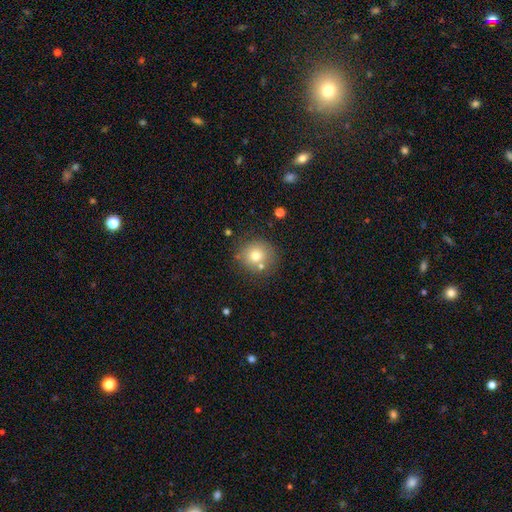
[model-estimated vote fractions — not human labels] smooth-or-featured: smooth: 74% | featured or disk: 15% | star or artifact: 11%
  how-rounded: round: 90% | in between: 9% | cigar-shaped: 1%
  merging: none: 70% | minor disturbance: 13% | merger: 12% | major disturbance: 4%